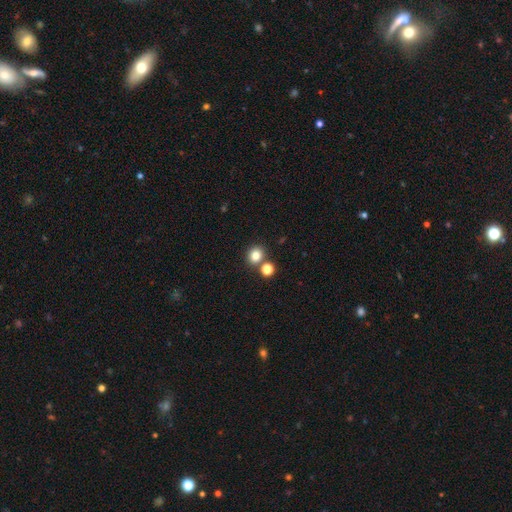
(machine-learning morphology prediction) Overall: smooth (81%). How rounded: round (75%). Merging: none (73%).